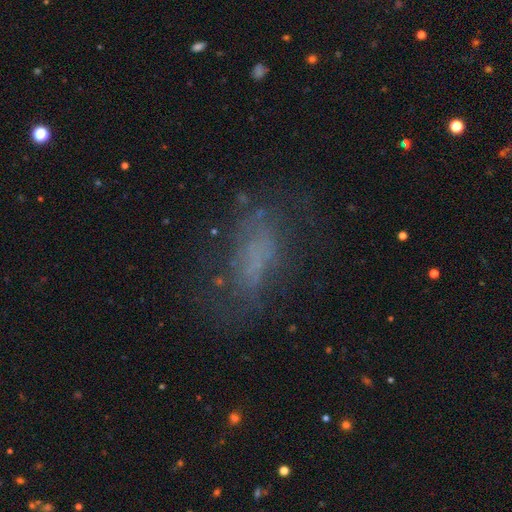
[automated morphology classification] This is possibly a smooth galaxy (49%). Merging: possibly none (56%).